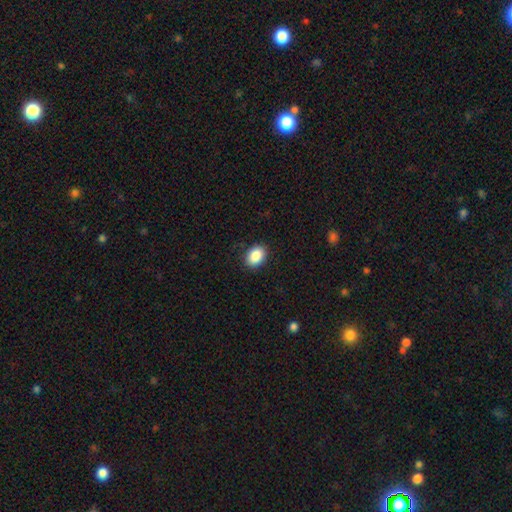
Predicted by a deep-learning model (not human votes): Smooth or featured? smooth (89%)
How rounded? in between (75%)
Merging? none (88%)